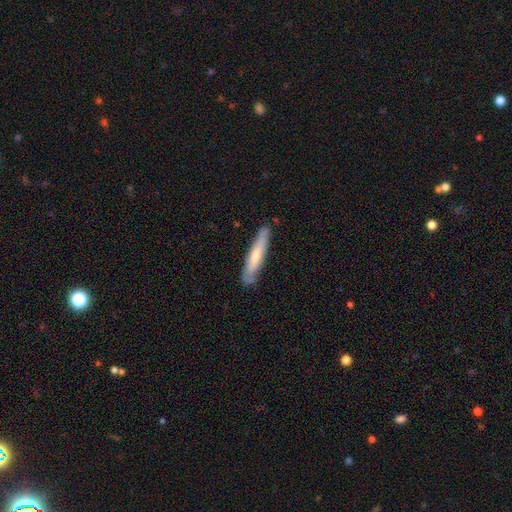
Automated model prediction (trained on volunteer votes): A smooth galaxy with no disk features (57%) that is cigar-shaped (89%).

Vote fractions:
- Smooth or featured? smooth: 57% / featured or disk: 38% / star or artifact: 5%
- How rounded? cigar-shaped: 89% / in between: 9% / round: 1%
- Merging? none: 81% / minor disturbance: 15% / major disturbance: 2% / merger: 2%